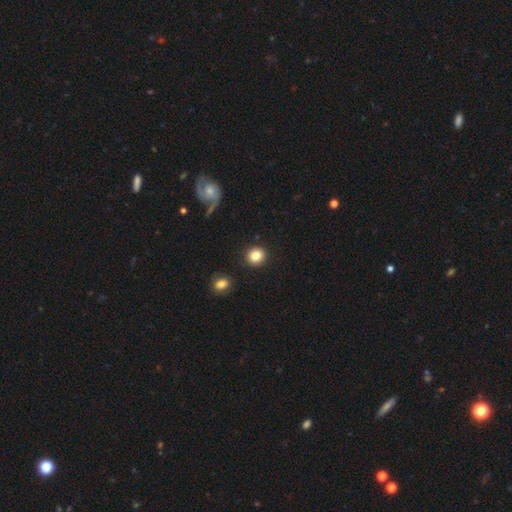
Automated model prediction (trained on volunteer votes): Smooth or featured? smooth (84%)
How rounded? round (86%)
Merging? none (89%)